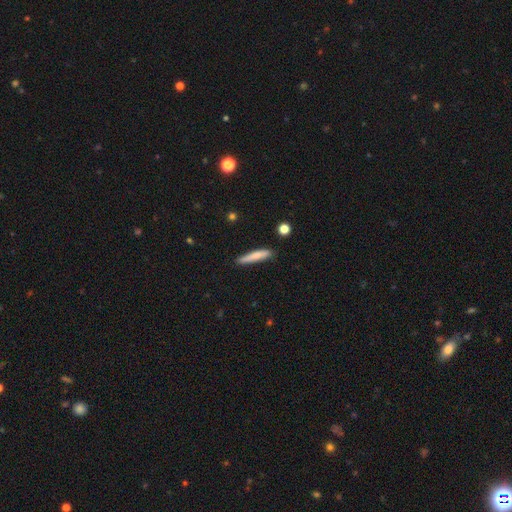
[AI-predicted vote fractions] A smooth galaxy with no disk features (77%) that is cigar-shaped (91%). Merging: none (84%).